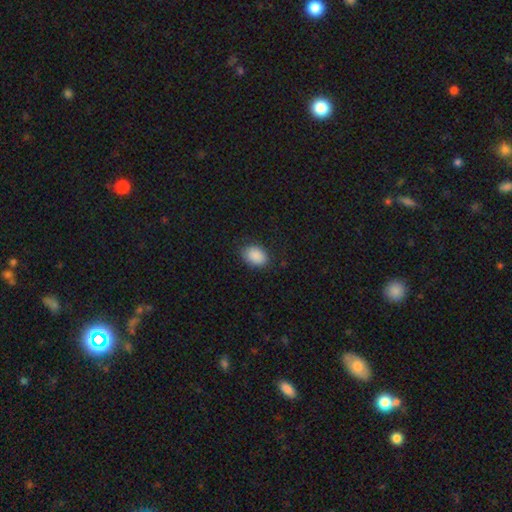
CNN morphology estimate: smooth-or-featured: smooth: 89% | star or artifact: 7% | featured or disk: 3%
  how-rounded: in between: 78% | round: 21% | cigar-shaped: 1%
  merging: none: 81% | minor disturbance: 14% | major disturbance: 4% | merger: 1%